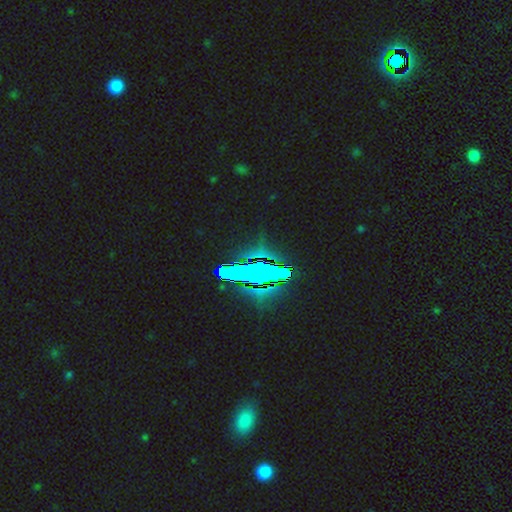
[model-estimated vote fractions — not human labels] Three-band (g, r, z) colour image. It shows a star or artifact, not a galaxy (80%).